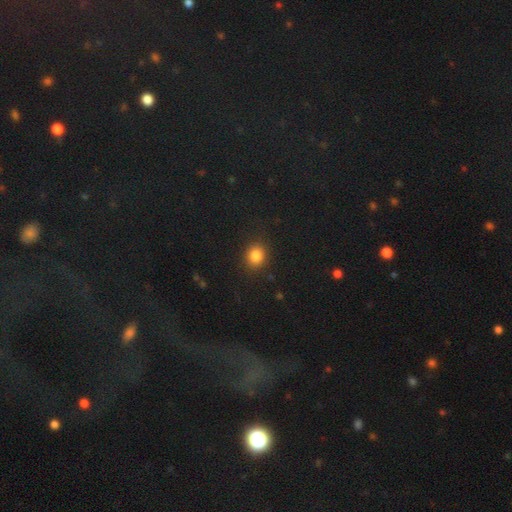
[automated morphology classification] Smooth or featured? smooth (84%)
How rounded? round (73%)
Merging? none (89%)